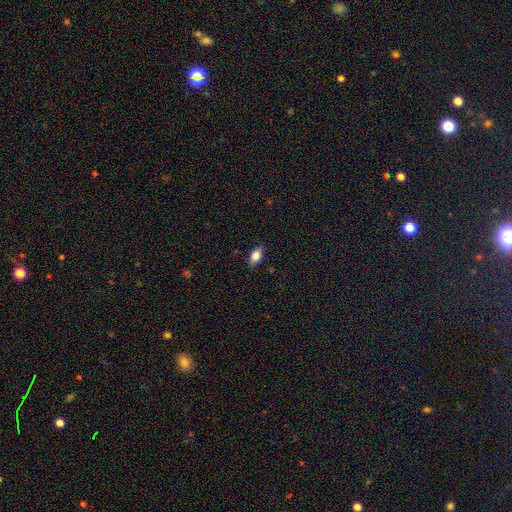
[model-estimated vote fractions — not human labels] This appears to be a smooth galaxy with no disk features (83%) that is in between round and cigar-shaped (89%). Merging: none (86%).